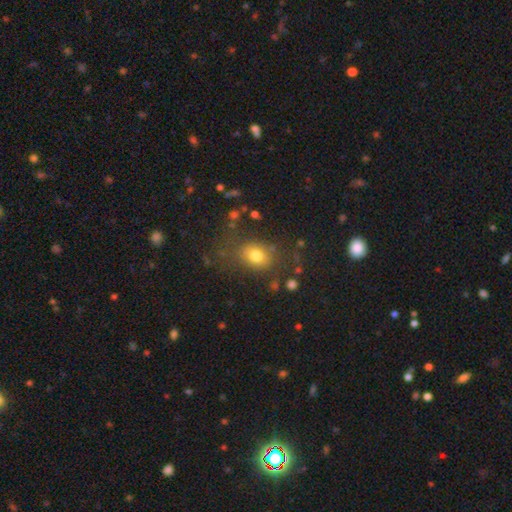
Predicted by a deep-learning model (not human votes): Overall: smooth (76%). How rounded: in between (51%; round 48%). Merging: none (73%).